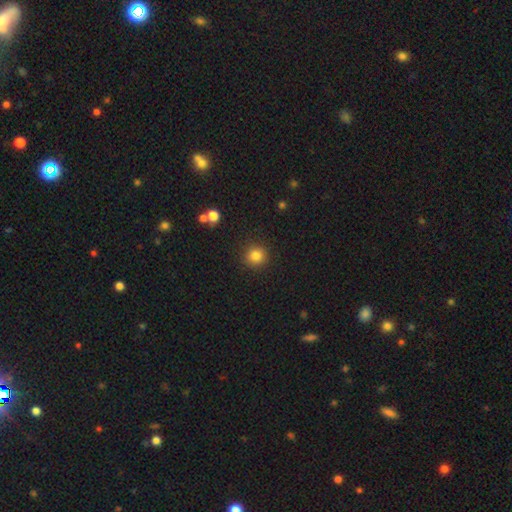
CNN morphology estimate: type=smooth (84%); roundness=round (91%); merging=none (90%).